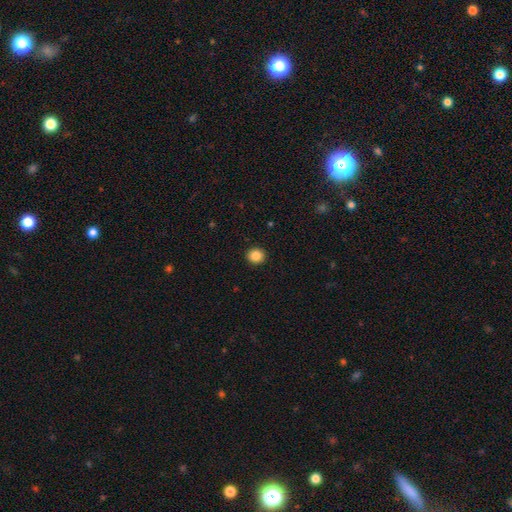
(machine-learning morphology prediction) smooth_or_featured: smooth (p=0.86) [alt: star or artifact p=0.10]
how_rounded: round (p=0.86) [alt: in between p=0.14]
merging: none (p=0.93) [alt: minor disturbance p=0.05]